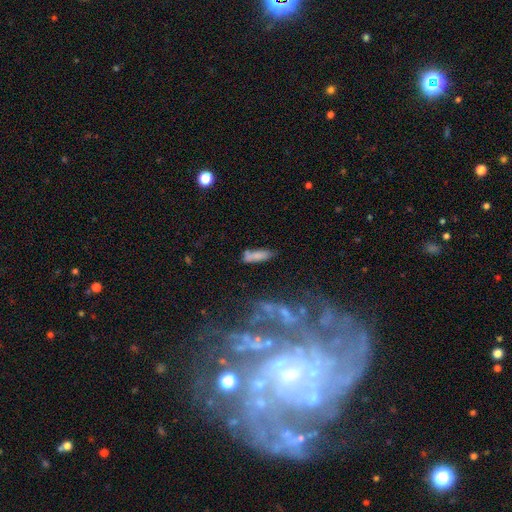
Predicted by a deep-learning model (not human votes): smooth_or_featured: smooth (p=0.72) [alt: featured or disk p=0.19]
how_rounded: cigar-shaped (p=0.53) [alt: in between p=0.45]
merging: none (p=0.56) [alt: minor disturbance p=0.22]